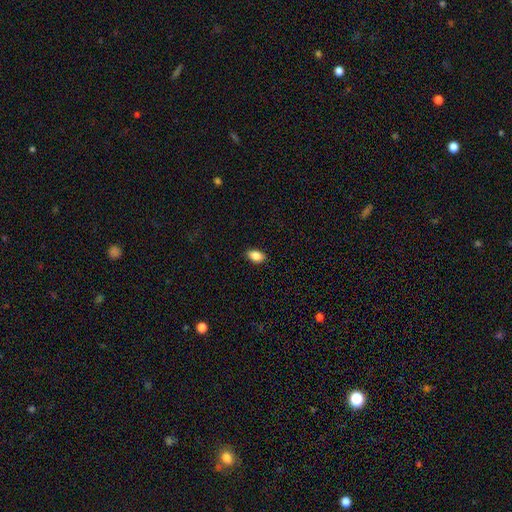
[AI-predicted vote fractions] smooth_or_featured: smooth (p=0.89) [alt: star or artifact p=0.08]
how_rounded: in between (p=0.89) [alt: round p=0.09]
merging: none (p=0.87) [alt: minor disturbance p=0.10]